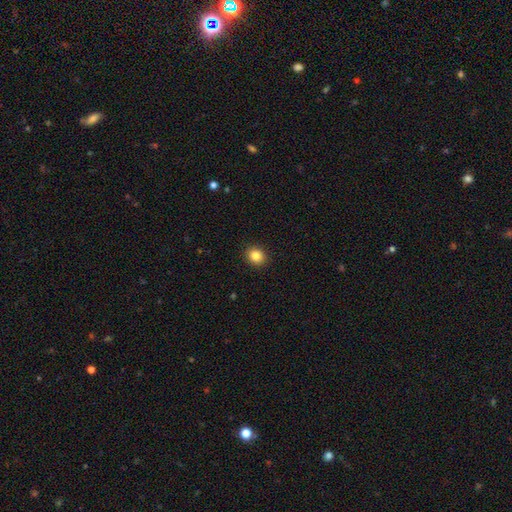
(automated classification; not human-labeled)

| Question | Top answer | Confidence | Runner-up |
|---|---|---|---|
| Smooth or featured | smooth | 85% | star or artifact (10%) |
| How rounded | round | 75% | in between (24%) |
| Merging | none | 91% | minor disturbance (6%) |